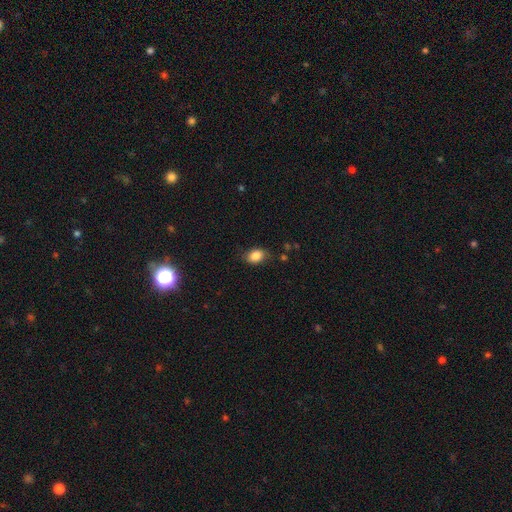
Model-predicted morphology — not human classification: smooth_or_featured: smooth (p=0.85) [alt: star or artifact p=0.08]
how_rounded: in between (p=0.74) [alt: round p=0.25]
merging: none (p=0.75) [alt: minor disturbance p=0.19]